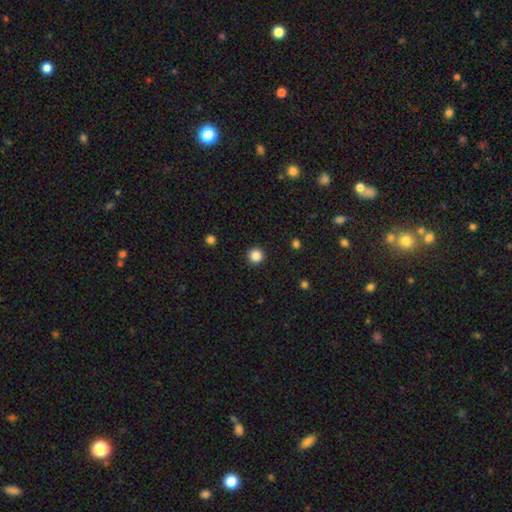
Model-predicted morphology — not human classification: A smooth galaxy with no disk features (86%) that is round (96%). Merging: none (93%).